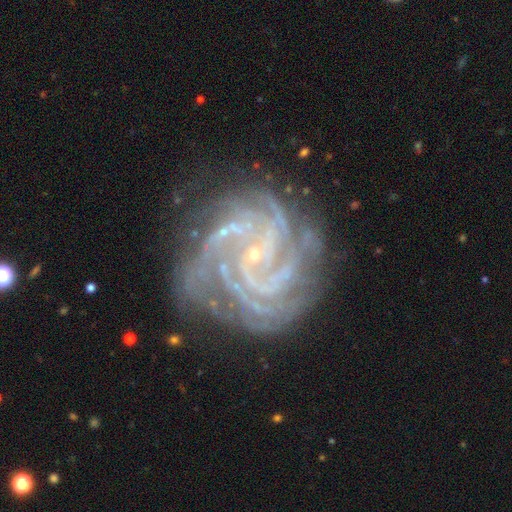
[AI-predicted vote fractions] smooth-or-featured: featured or disk: 91% | star or artifact: 6% | smooth: 3%
  disk-edge-on: no: 98% | yes: 2%
    bar: no: 52% | weak: 31% | strong: 16%
    has-spiral-arms: yes: 99% | no: 1%
      spiral-winding: tight: 69% | medium: 27% | loose: 4%
      spiral-arm-count: 4: 29% | more than 4: 20% | 3: 18% | can't tell: 13% | 2: 12% | 1: 9%
    bulge-size: small: 88% | moderate: 7% | none: 4% | large: 1% | dominant: 1%
  merging: none: 75% | minor disturbance: 16% | major disturbance: 6% | merger: 2%